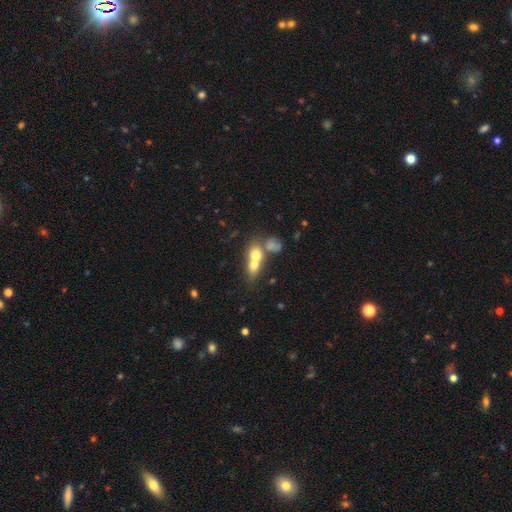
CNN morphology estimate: Smooth or featured: smooth — 65% (featured or disk — 24%)
How rounded: in between — 54% (round — 39%)
Merging: merger — 72% (none — 17%)